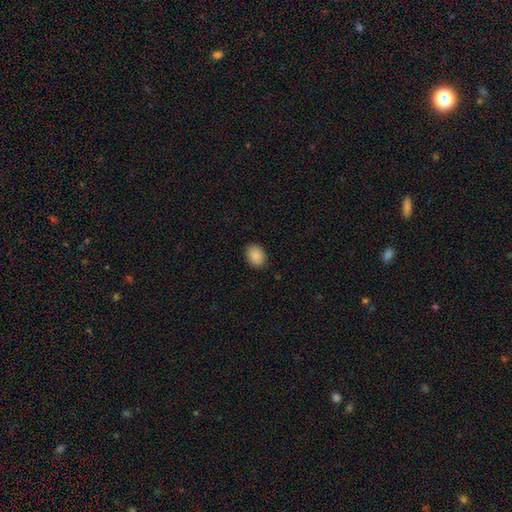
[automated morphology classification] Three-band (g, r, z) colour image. It shows a smooth galaxy with no disk features (88%) that is in between round and cigar-shaped (67%). Merging: none (88%).